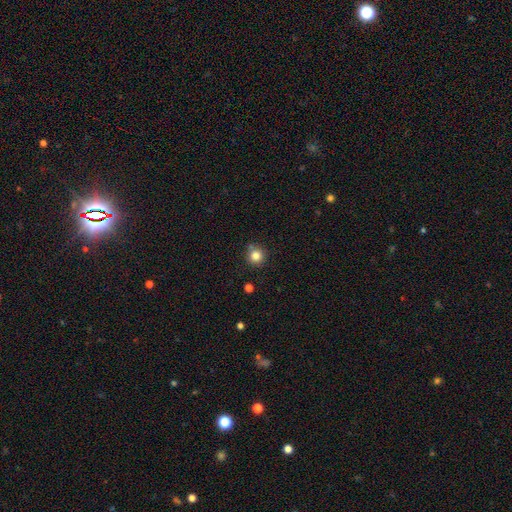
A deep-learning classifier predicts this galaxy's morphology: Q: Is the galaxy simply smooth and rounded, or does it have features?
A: smooth — 82%.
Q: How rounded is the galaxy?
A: round — 94%.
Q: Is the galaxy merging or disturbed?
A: none — 81%.